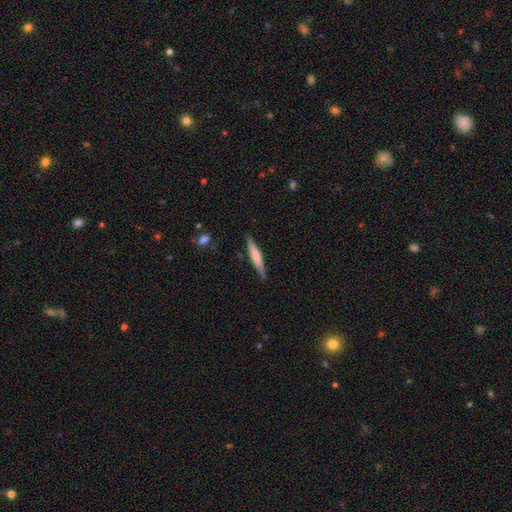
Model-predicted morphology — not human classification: Smooth or featured: smooth — 62% (featured or disk — 33%)
How rounded: cigar-shaped — 93% (in between — 5%)
Merging: none — 86% (minor disturbance — 10%)